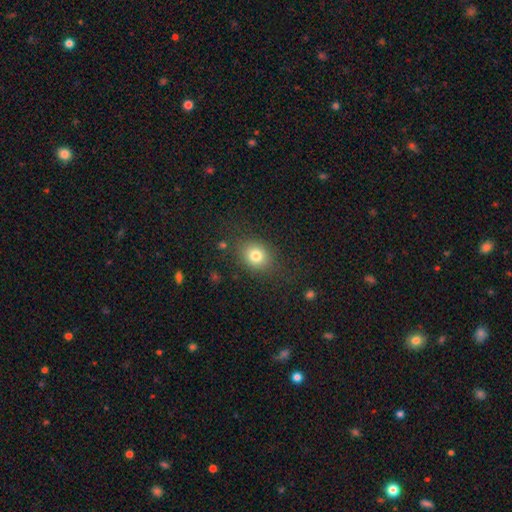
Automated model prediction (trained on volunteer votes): This is likely a smooth galaxy (80%). How rounded: possibly round (59%). Merging: clearly none (81%).